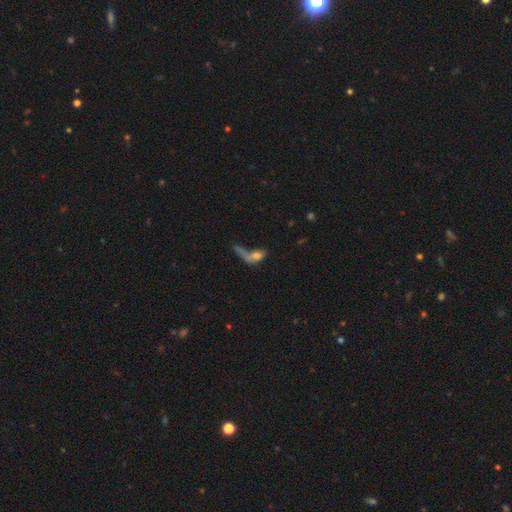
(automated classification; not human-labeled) Smooth or featured? Predicted: smooth (p=0.60). How rounded? Predicted: in between (p=0.66). Merging? Predicted: major disturbance (p=0.35).